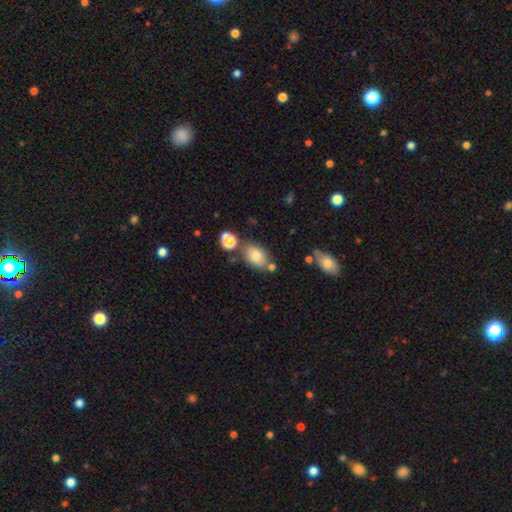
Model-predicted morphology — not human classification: Smooth or featured: smooth — 78% (featured or disk — 12%)
How rounded: in between — 85% (round — 14%)
Merging: none — 67% (minor disturbance — 15%)